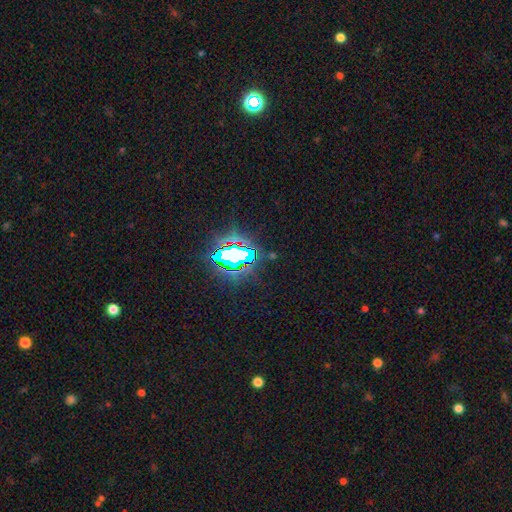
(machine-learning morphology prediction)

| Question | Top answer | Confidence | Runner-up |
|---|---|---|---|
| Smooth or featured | star or artifact | 83% | smooth (11%) |